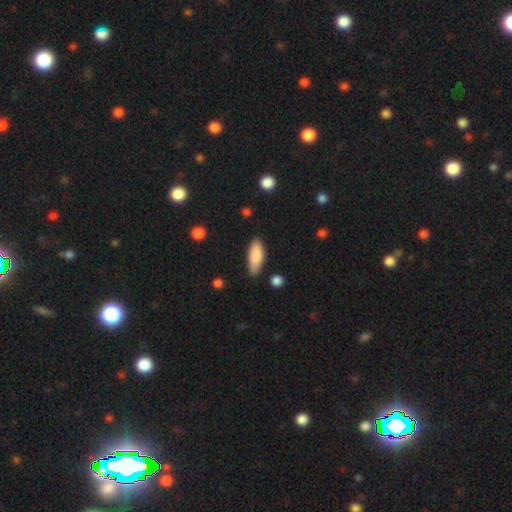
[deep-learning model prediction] The model was most divided on "how rounded": in between: 73%, cigar-shaped: 25%, round: 2%. More confident: smooth or featured — smooth (86%); merging — none (81%).